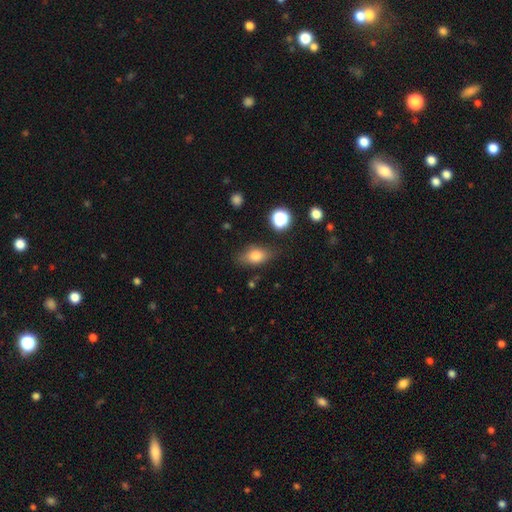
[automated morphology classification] Smooth or featured? smooth (76%)
How rounded? in between (80%)
Merging? none (74%)